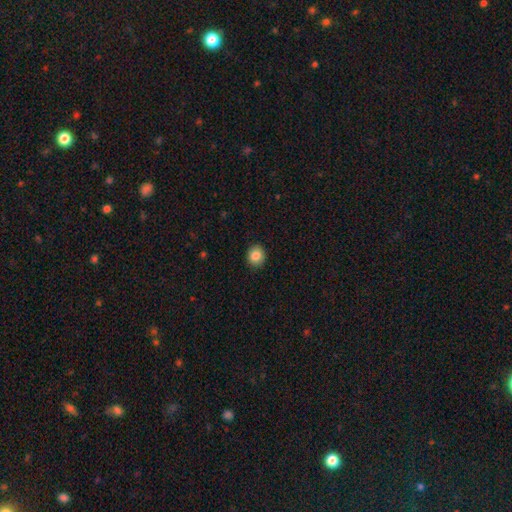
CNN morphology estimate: smooth_or_featured: smooth (p=0.85) [alt: star or artifact p=0.09]
how_rounded: round (p=0.78) [alt: in between p=0.21]
merging: none (p=0.91) [alt: minor disturbance p=0.07]